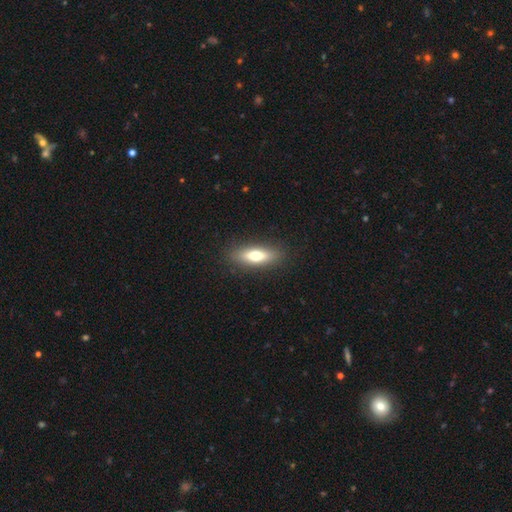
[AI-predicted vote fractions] Smooth or featured? smooth (65%)
How rounded? in between (54%)
Merging? none (88%)